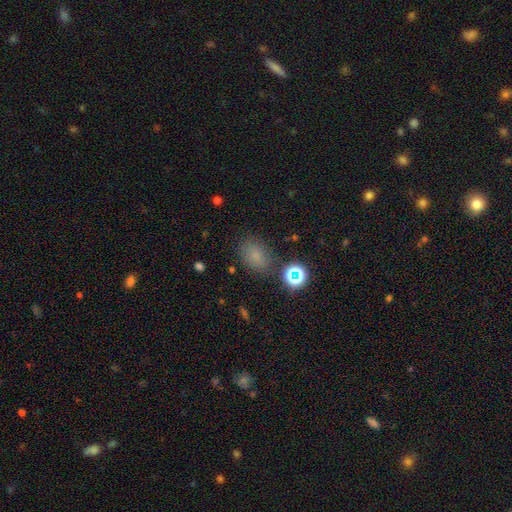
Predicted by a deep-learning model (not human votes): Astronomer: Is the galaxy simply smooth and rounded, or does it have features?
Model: smooth — 71%.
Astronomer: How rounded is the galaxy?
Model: in between — 58% (runner-up: round, 41%).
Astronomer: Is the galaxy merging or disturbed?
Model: none — 78%.